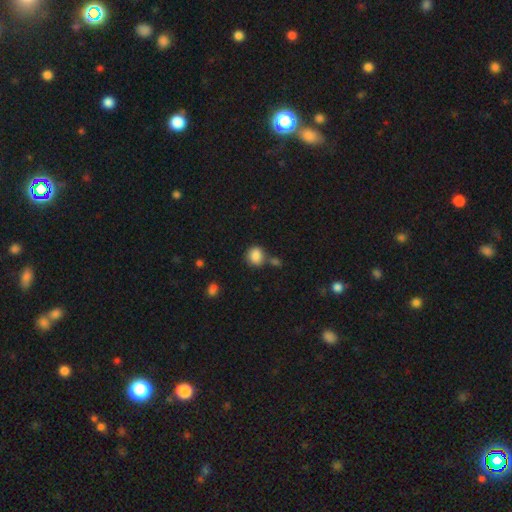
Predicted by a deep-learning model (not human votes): Smooth or featured?
  - smooth: 86% *
  - star or artifact: 9%
  - featured or disk: 5%
How rounded?
  - round: 72% *
  - in between: 27%
  - cigar-shaped: 1%
Merging?
  - none: 66% *
  - merger: 17%
  - minor disturbance: 14%
  - major disturbance: 4%